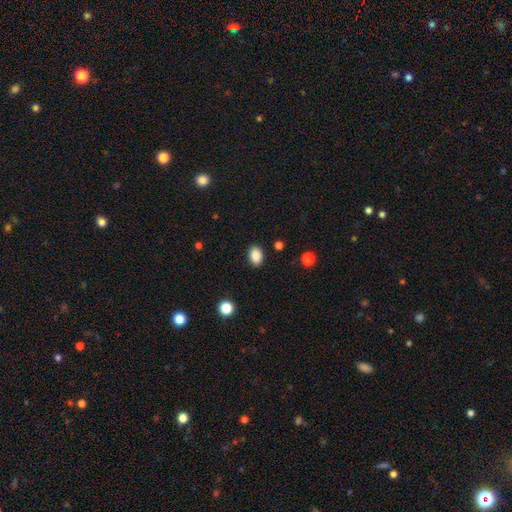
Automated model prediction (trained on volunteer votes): Smooth or featured? Predicted: smooth (p=0.87). How rounded? Predicted: in between (p=0.75). Merging? Predicted: none (p=0.88).